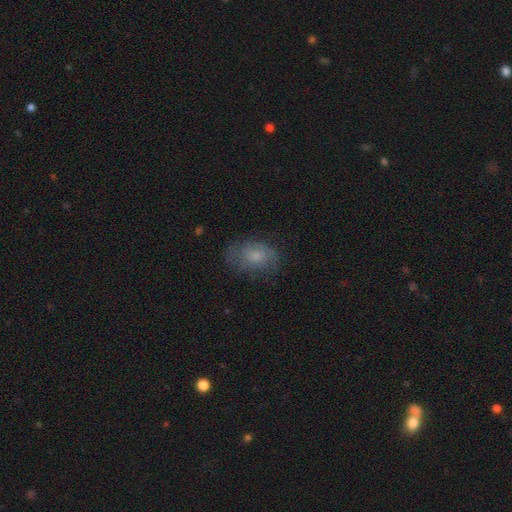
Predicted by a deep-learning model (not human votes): Smooth or featured: smooth — 54% (featured or disk — 35%)
How rounded: in between — 82% (round — 16%)
Merging: none — 62% (minor disturbance — 24%)